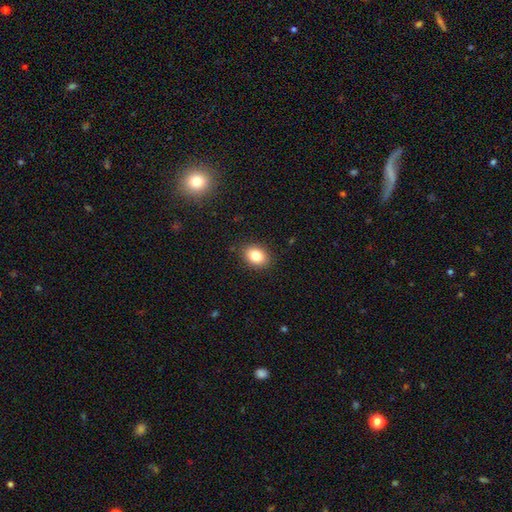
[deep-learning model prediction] Q: Smooth or featured?
A: smooth (83%); runner-up: star or artifact (10%)
Q: How rounded?
A: in between (62%); runner-up: round (37%)
Q: Merging?
A: none (88%); runner-up: minor disturbance (8%)